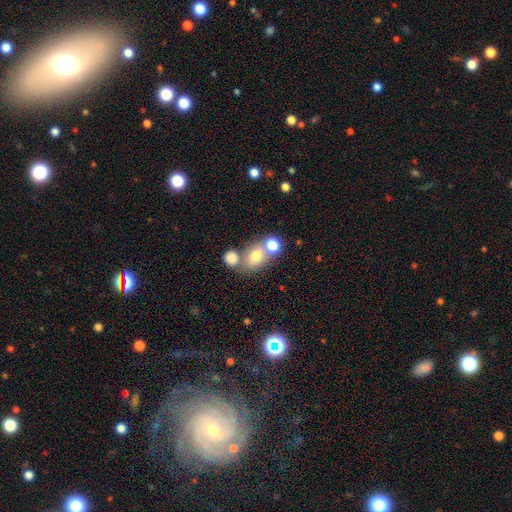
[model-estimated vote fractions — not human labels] Smooth or featured? Predicted: smooth (p=0.68). How rounded? Predicted: in between (p=0.60). Merging? Predicted: none (p=0.48).